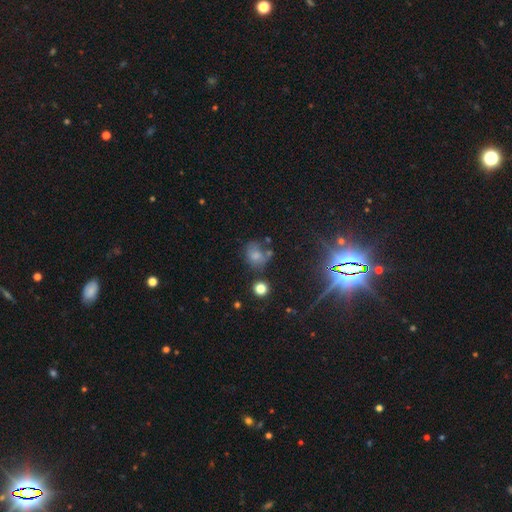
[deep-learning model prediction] Smooth or featured?
  - smooth: 64% *
  - featured or disk: 19%
  - star or artifact: 18%
How rounded?
  - round: 56% *
  - in between: 42%
  - cigar-shaped: 1%
Merging?
  - none: 43% *
  - minor disturbance: 25%
  - major disturbance: 17%
  - merger: 15%